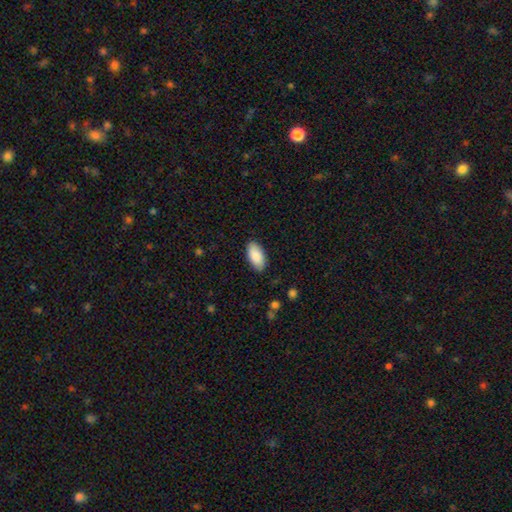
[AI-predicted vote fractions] smooth_or_featured: smooth (p=0.90) [alt: star or artifact p=0.06]
how_rounded: in between (p=0.94) [alt: cigar-shaped p=0.04]
merging: none (p=0.87) [alt: minor disturbance p=0.09]